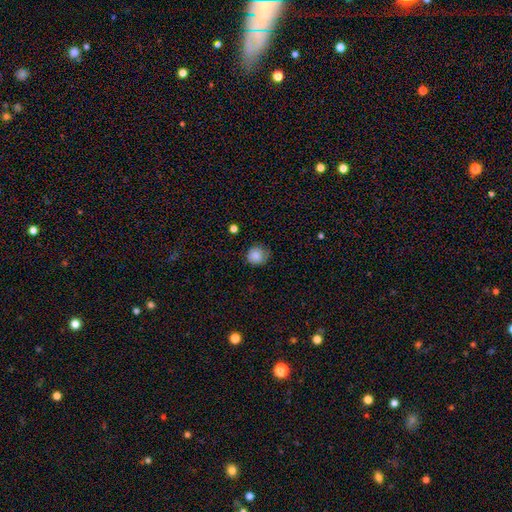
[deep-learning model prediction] Overall: smooth (84%). How rounded: round (86%). Merging: none (68%).